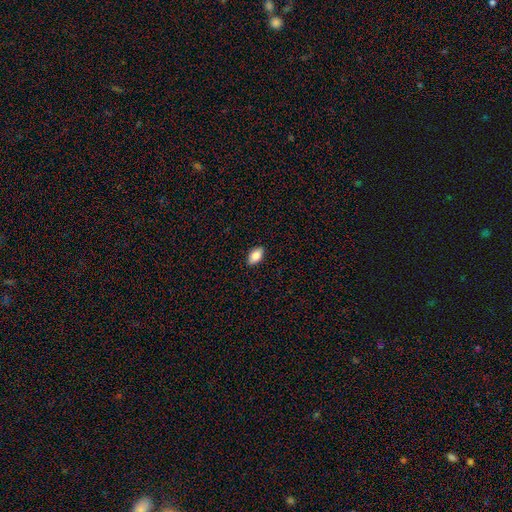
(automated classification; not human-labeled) smooth-or-featured: smooth: 85% | featured or disk: 8% | star or artifact: 7%
  how-rounded: in between: 92% | round: 6% | cigar-shaped: 3%
  merging: none: 89% | minor disturbance: 8% | major disturbance: 2% | merger: 1%